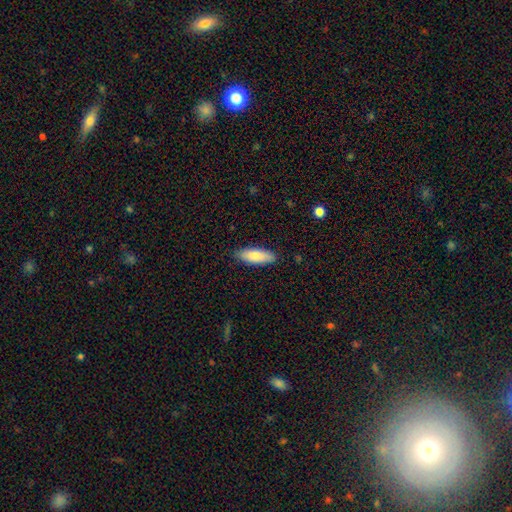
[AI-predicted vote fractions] smooth_or_featured: smooth (p=0.84) [alt: featured or disk p=0.11]
how_rounded: in between (p=0.66) [alt: cigar-shaped p=0.33]
merging: none (p=0.86) [alt: minor disturbance p=0.11]